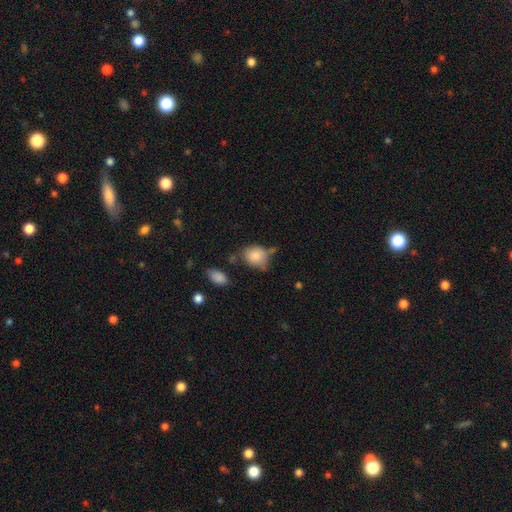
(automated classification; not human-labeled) This is clearly a smooth galaxy (83%). How rounded: possibly round (52%). Merging: possibly none (52%).